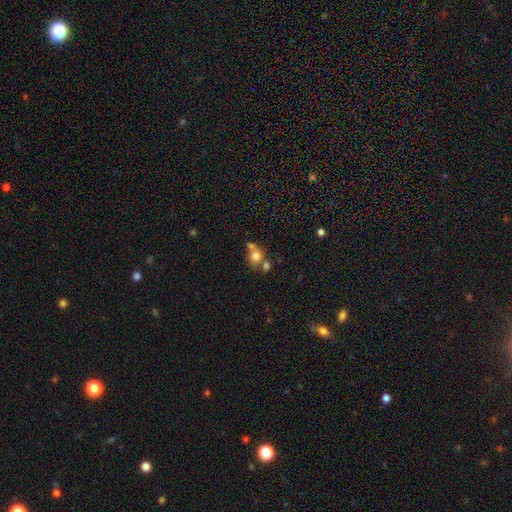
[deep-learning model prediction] smooth-or-featured: smooth: 75% | star or artifact: 12% | featured or disk: 12%
  how-rounded: round: 76% | in between: 22% | cigar-shaped: 1%
  merging: merger: 45% | none: 38% | minor disturbance: 10% | major disturbance: 6%